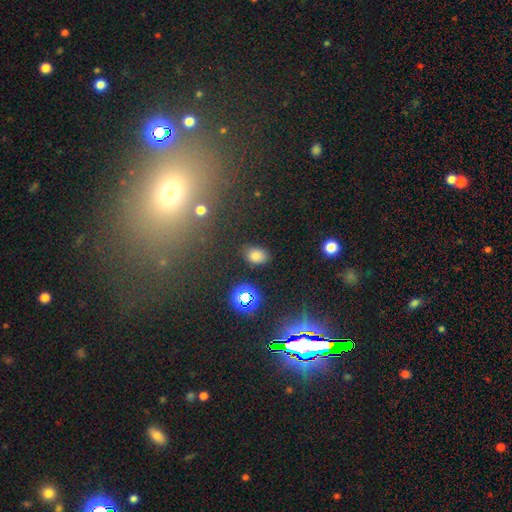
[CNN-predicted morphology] Smooth or featured? Predicted: smooth (p=0.75). How rounded? Predicted: in between (p=0.81). Merging? Predicted: none (p=0.82).